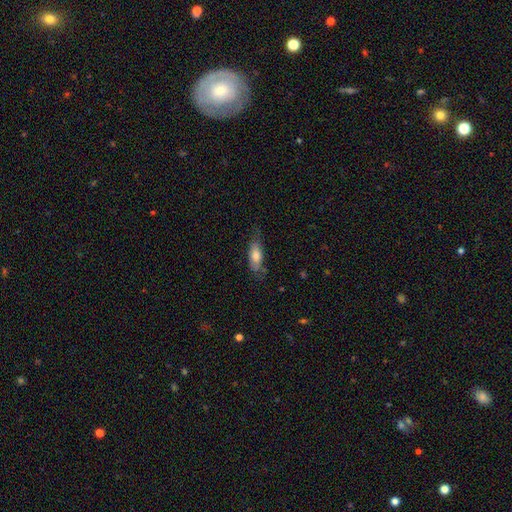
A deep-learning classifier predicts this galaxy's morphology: A smooth galaxy with no disk features (69%) that is in between round and cigar-shaped (65%).

Vote fractions:
- Smooth or featured? smooth: 69% / featured or disk: 24% / star or artifact: 7%
- How rounded? in between: 65% / cigar-shaped: 33% / round: 2%
- Merging? none: 61% / minor disturbance: 28% / major disturbance: 9% / merger: 2%